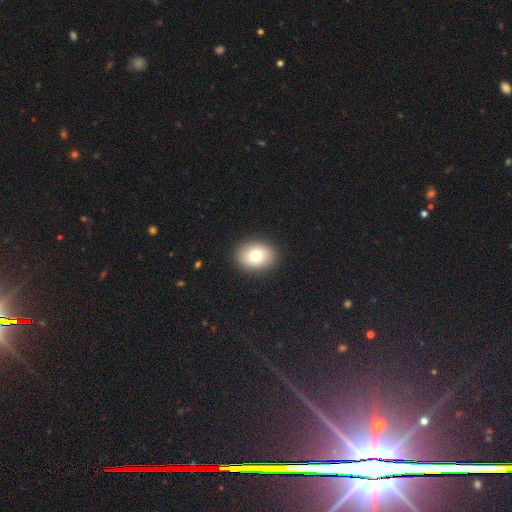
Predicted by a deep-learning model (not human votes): smooth 77%, featured or disk 14%, star or artifact 9%. Down the decision tree: how rounded — in between (59%); merging — none (91%).